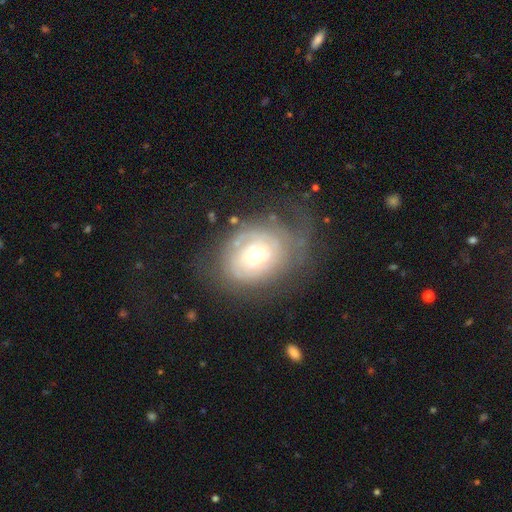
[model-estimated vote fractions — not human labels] Smooth or featured?
  - featured or disk: 65% *
  - smooth: 27%
  - star or artifact: 8%
Edge-on disk?
  - no: 96% *
  - yes: 4%
Bar?
  - no: 77% *
  - weak: 19%
  - strong: 4%
Spiral arms?
  - yes: 70% *
  - no: 30%
Bulge size?
  - moderate: 50% *
  - small: 38%
  - large: 8%
  - dominant: 2%
  - none: 1%
Merging?
  - none: 48% *
  - major disturbance: 25%
  - minor disturbance: 25%
  - merger: 2%